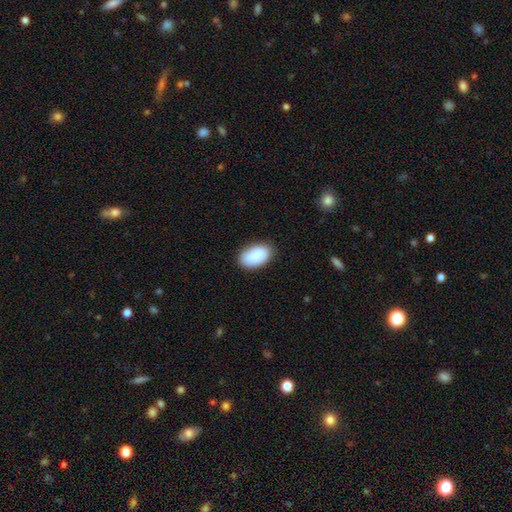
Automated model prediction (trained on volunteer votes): smooth-or-featured: smooth: 90% | star or artifact: 6% | featured or disk: 5%
  how-rounded: in between: 93% | round: 6% | cigar-shaped: 1%
  merging: none: 84% | minor disturbance: 12% | major disturbance: 2% | merger: 1%